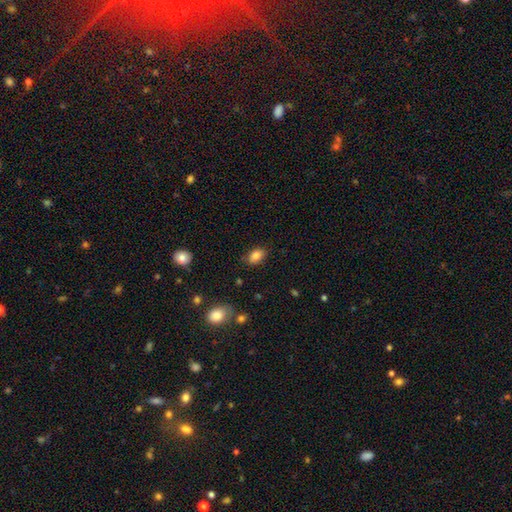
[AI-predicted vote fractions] The model was most divided on "merging": none: 82%, minor disturbance: 14%, major disturbance: 3%, merger: 2%. More confident: how rounded — in between (86%); smooth or featured — smooth (85%).